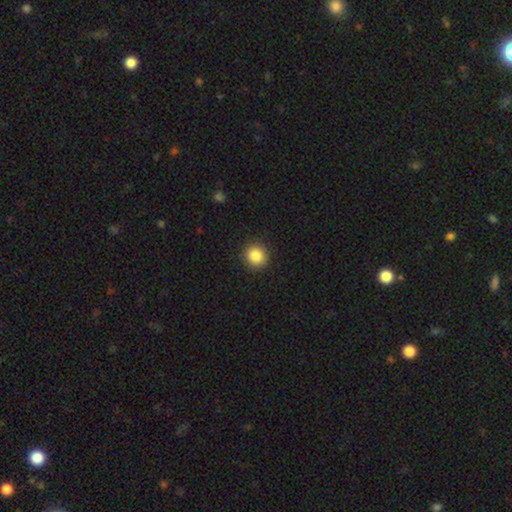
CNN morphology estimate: Overall: smooth (86%). How rounded: round (90%). Merging: none (91%).